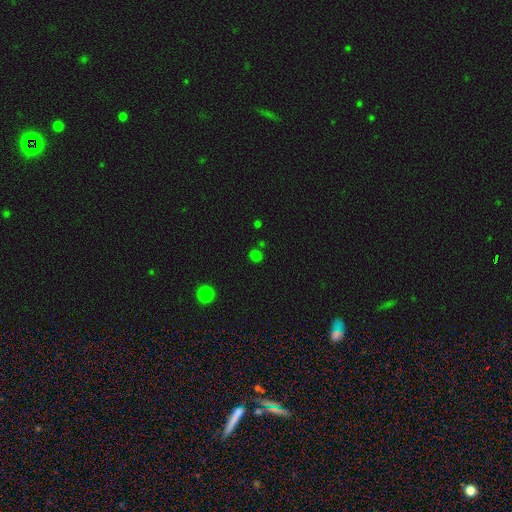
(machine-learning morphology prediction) smooth-or-featured: smooth: 68% | star or artifact: 28% | featured or disk: 4%
  how-rounded: round: 88% | in between: 11% | cigar-shaped: 1%
  merging: none: 83% | minor disturbance: 9% | merger: 6% | major disturbance: 3%